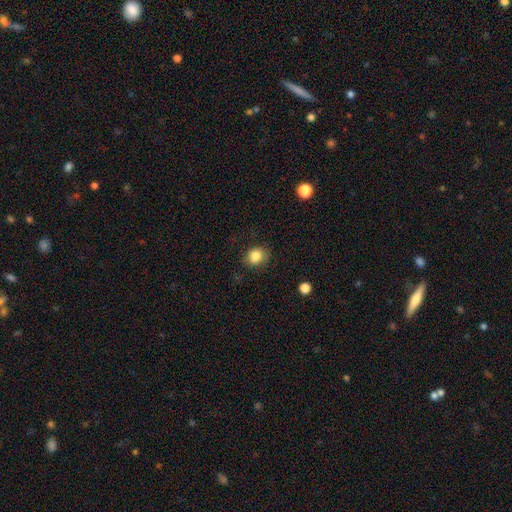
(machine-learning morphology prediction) Smooth or featured? Predicted: smooth (p=0.84). How rounded? Predicted: round (p=0.62). Merging? Predicted: none (p=0.77).